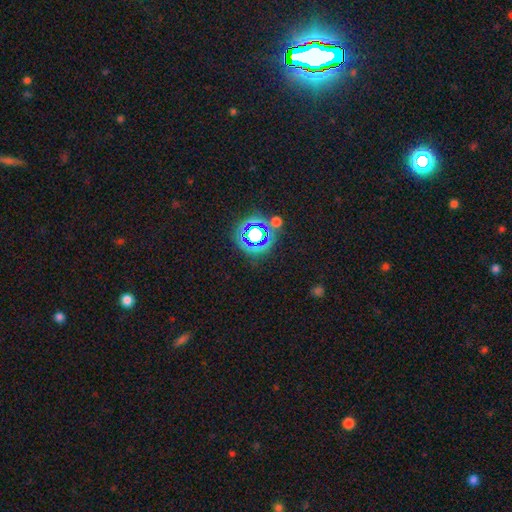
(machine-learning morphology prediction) type=star or artifact (78%).